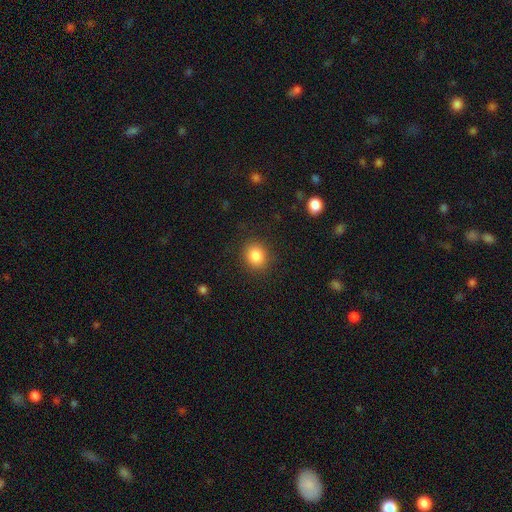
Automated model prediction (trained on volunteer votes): The model was most divided on "how rounded": round: 75%, in between: 24%, cigar-shaped: 1%. More confident: merging — none (88%); smooth or featured — smooth (85%).